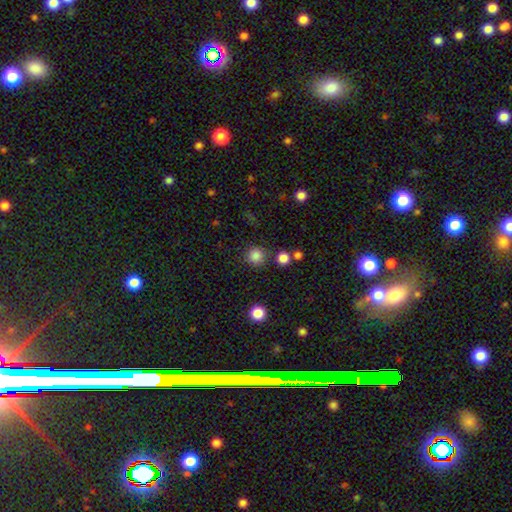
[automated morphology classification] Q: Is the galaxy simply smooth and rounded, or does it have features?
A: smooth — 83%.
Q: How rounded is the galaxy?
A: round — 94%.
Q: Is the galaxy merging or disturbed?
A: none — 85%.